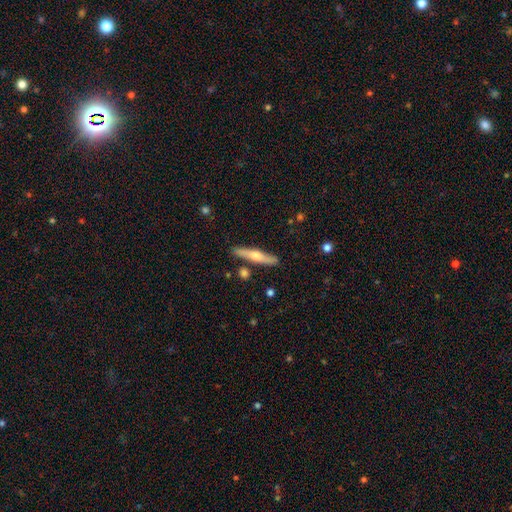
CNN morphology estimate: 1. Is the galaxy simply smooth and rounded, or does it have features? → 50% featured or disk, 44% smooth, 6% star or artifact.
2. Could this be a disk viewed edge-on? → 94% yes, 6% no.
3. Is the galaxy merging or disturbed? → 85% none, 9% minor disturbance, 4% merger, 2% major disturbance.